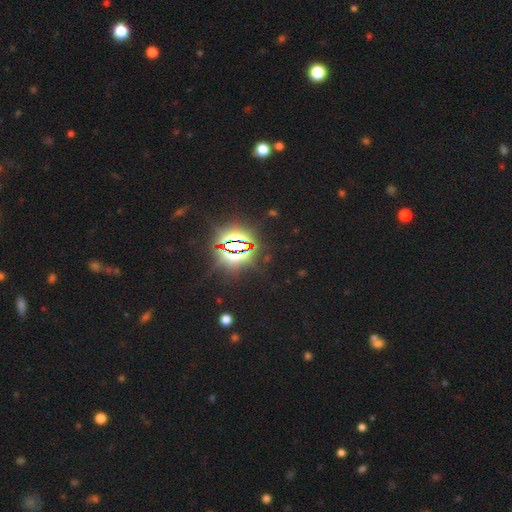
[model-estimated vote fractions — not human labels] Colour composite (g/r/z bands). It shows a star or artifact, not a galaxy (84%).